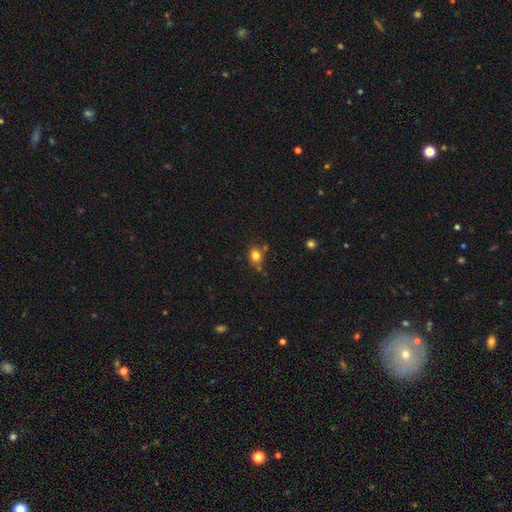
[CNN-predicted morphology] smooth_or_featured: smooth (p=0.79) [alt: star or artifact p=0.12]
how_rounded: round (p=0.58) [alt: in between p=0.40]
merging: none (p=0.68) [alt: minor disturbance p=0.18]